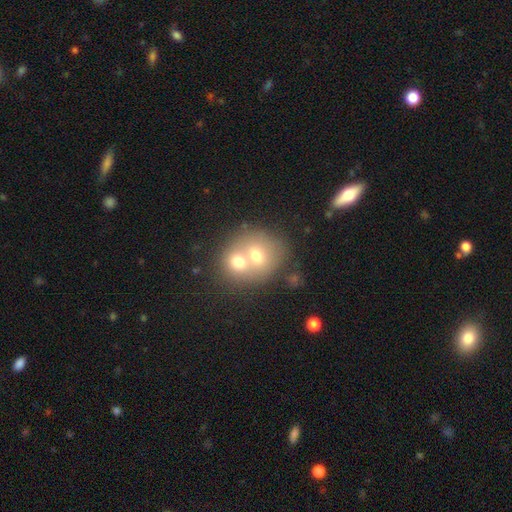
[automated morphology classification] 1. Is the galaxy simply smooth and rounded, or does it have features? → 63% smooth, 25% featured or disk, 12% star or artifact.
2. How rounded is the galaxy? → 74% round, 25% in between, 1% cigar-shaped.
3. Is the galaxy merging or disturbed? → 68% merger, 24% none, 5% minor disturbance, 3% major disturbance.